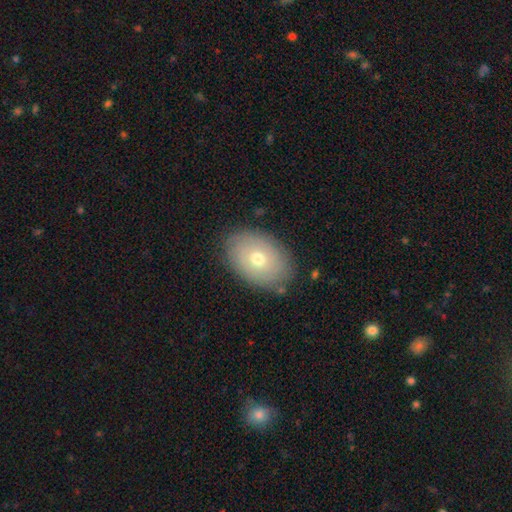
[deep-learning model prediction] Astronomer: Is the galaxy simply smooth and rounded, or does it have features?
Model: smooth — 63%.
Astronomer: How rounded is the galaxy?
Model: in between — 81%.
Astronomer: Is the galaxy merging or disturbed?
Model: none — 85%.